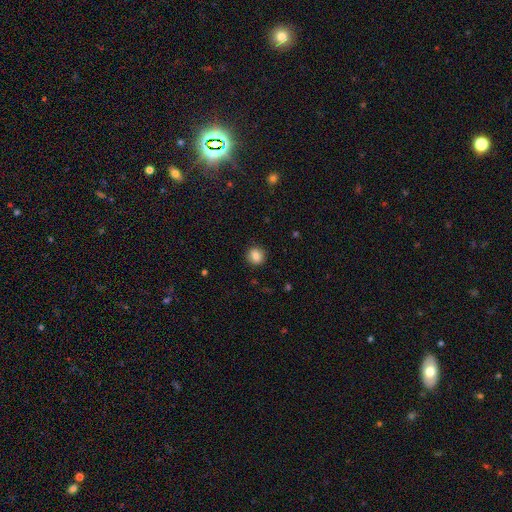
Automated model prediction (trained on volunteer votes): Smooth or featured? smooth (85%)
How rounded? round (90%)
Merging? none (91%)